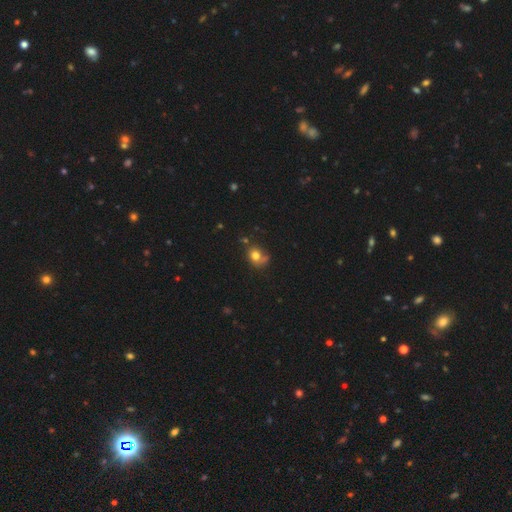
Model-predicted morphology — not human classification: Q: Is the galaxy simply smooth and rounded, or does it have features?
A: smooth — 76%.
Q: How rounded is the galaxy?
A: round — 65%.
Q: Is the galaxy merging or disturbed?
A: none — 54%.